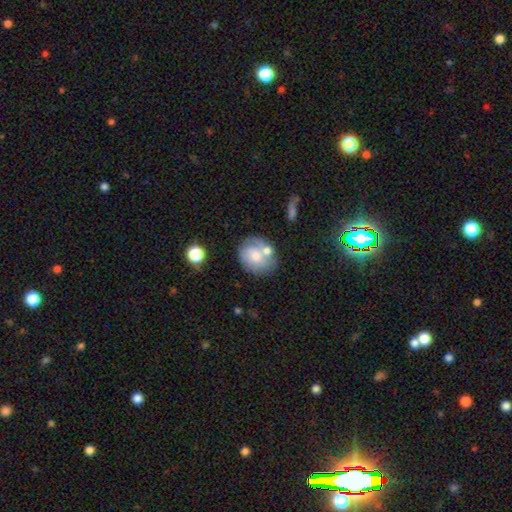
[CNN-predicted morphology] Smooth or featured: smooth — 58% (featured or disk — 34%)
How rounded: round — 60% (in between — 39%)
Merging: none — 52% (merger — 23%)